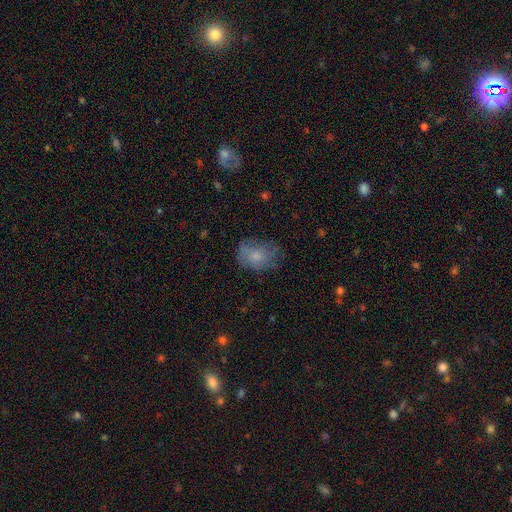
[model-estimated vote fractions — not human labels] Morphology: type=smooth (67%); roundness=in between (63%); merging=none (59%).